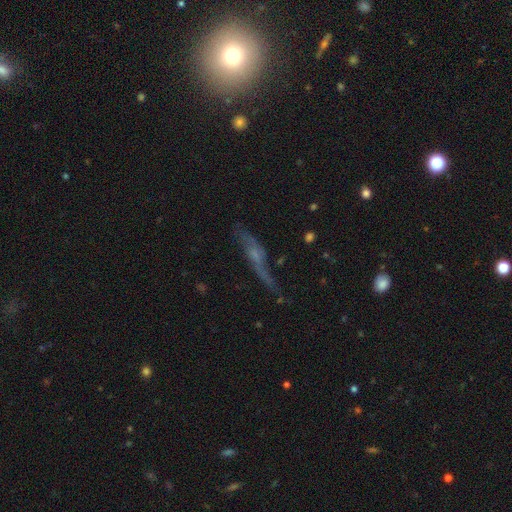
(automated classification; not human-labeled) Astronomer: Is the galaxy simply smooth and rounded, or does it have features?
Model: featured or disk — 60%.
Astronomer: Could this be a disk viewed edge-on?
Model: yes — 61% (runner-up: no, 39%).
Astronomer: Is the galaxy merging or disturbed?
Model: none — 56%.